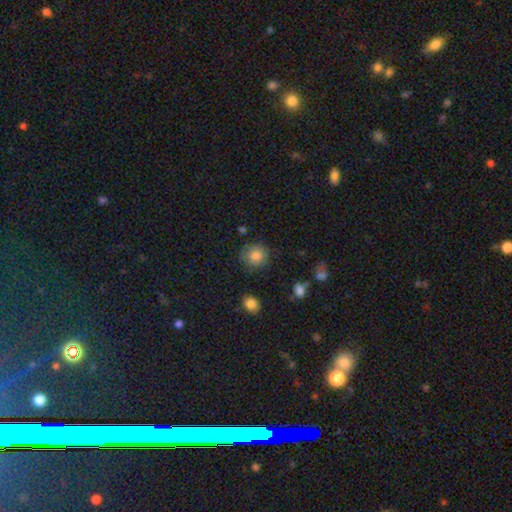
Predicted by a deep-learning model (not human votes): Overall: smooth (84%). How rounded: round (89%). Merging: none (81%).